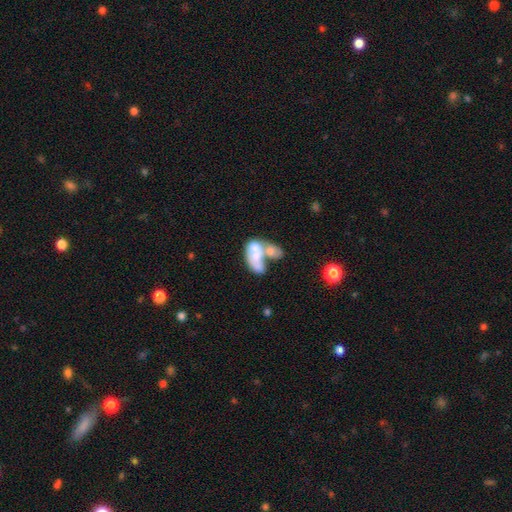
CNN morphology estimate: smooth 51%, featured or disk 41%, star or artifact 8%. Down the decision tree: how rounded — in between (89%); merging — merger (71%).